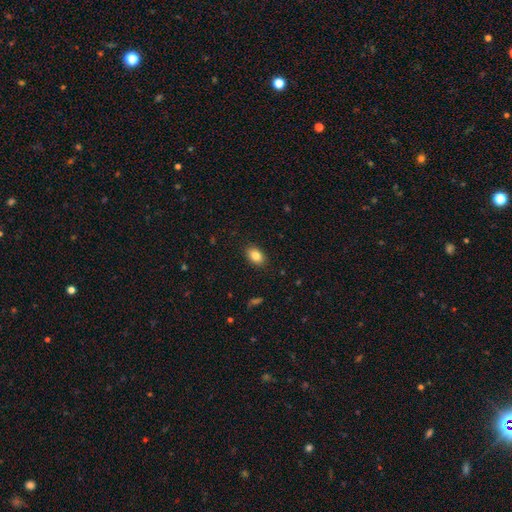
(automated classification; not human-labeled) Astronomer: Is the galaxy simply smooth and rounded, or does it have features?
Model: smooth — 84%.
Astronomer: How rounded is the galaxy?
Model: in between — 86%.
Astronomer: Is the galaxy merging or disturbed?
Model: none — 88%.